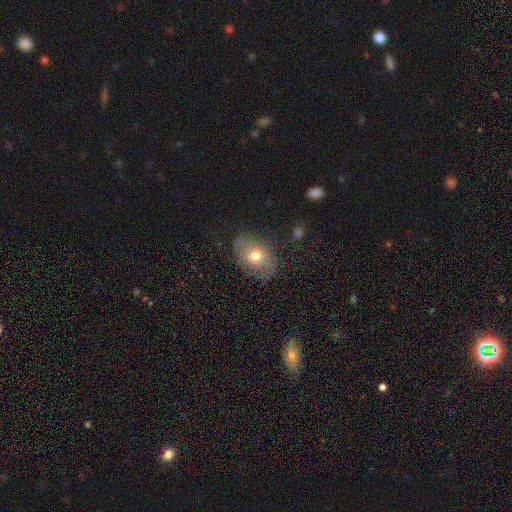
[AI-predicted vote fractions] Smooth or featured?
  - smooth: 62% *
  - featured or disk: 27%
  - star or artifact: 10%
How rounded?
  - in between: 70% *
  - round: 28%
  - cigar-shaped: 1%
Merging?
  - none: 68% *
  - minor disturbance: 21%
  - major disturbance: 9%
  - merger: 2%